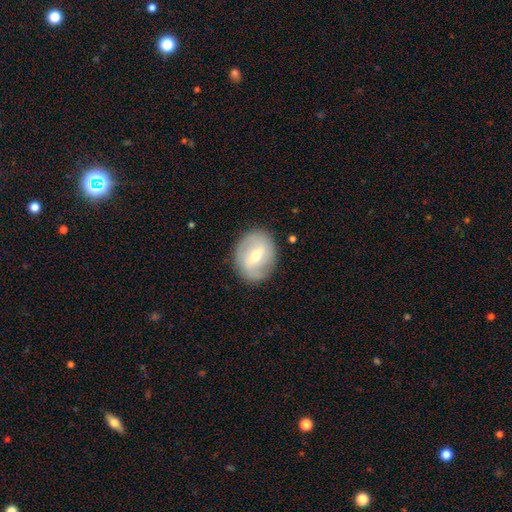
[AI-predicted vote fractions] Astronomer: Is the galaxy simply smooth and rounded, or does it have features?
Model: featured or disk — 55% (runner-up: smooth, 38%).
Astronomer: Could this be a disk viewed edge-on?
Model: no — 94%.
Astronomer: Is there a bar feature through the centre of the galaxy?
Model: weak — 50% (runner-up: strong, 32%).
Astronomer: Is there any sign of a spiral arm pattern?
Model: yes — 51% (runner-up: no, 49%).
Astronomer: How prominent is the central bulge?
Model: moderate — 66%.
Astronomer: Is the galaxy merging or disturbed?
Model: none — 84%.